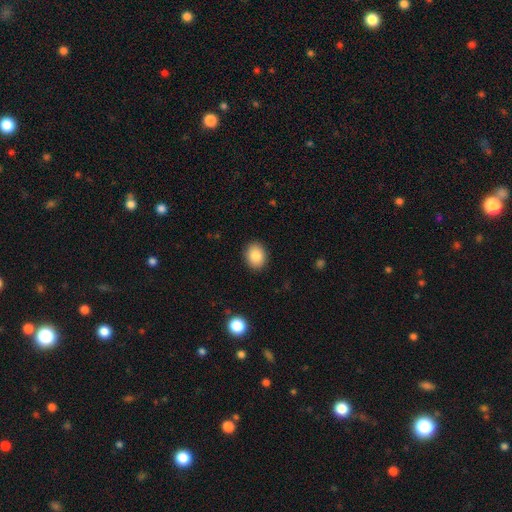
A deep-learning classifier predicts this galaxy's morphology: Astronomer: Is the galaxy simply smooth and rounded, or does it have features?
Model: smooth — 85%.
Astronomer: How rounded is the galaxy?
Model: in between — 52% (runner-up: round, 47%).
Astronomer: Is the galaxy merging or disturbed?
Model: none — 89%.